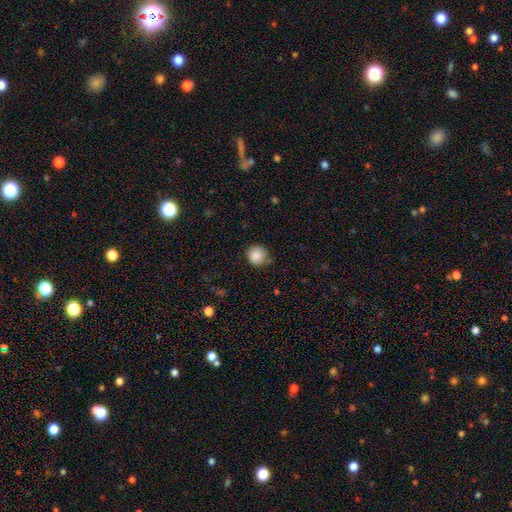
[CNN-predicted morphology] This appears to be a smooth galaxy with no disk features (87%) that is round (92%). Merging: none (77%).